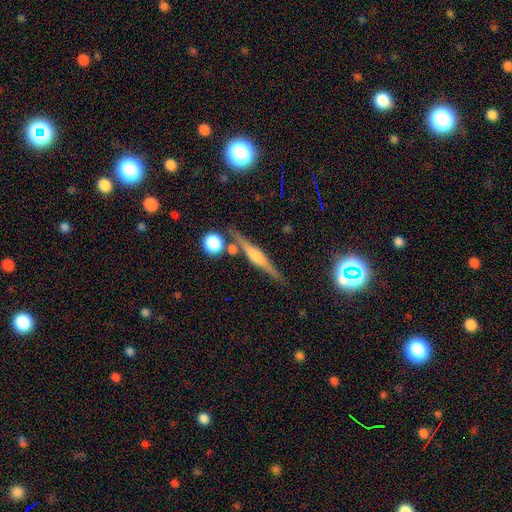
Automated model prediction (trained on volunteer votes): Morphology: type=featured or disk (74%); edge-on=yes (97%); edge-on bulge=rounded (78%); merging=none (84%).